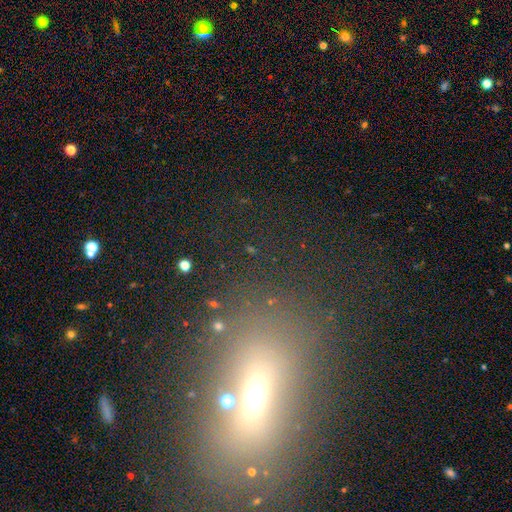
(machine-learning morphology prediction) Smooth or featured?
  - smooth: 43% *
  - star or artifact: 35%
  - featured or disk: 21%
Merging?
  - none: 67% *
  - minor disturbance: 14%
  - major disturbance: 12%
  - merger: 7%